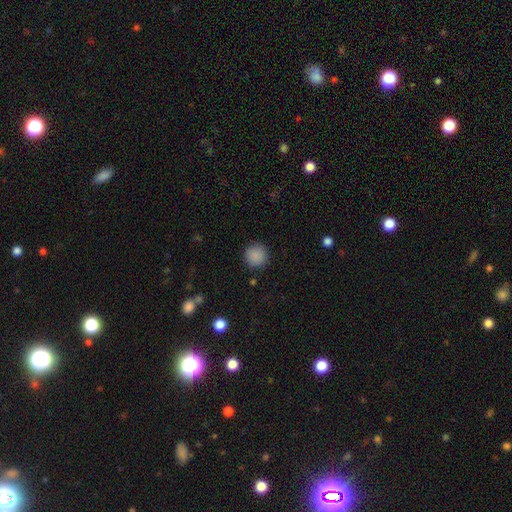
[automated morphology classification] The model was most divided on "smooth or featured": smooth: 88%, star or artifact: 9%, featured or disk: 3%. More confident: how rounded — round (94%); merging — none (90%).